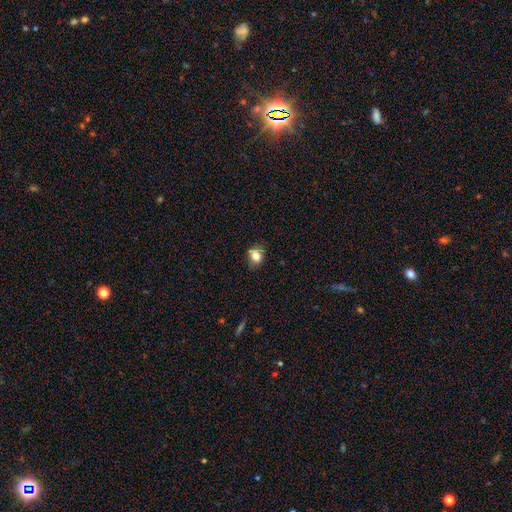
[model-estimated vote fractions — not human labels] smooth-or-featured: smooth: 81% | star or artifact: 11% | featured or disk: 9%
  how-rounded: in between: 51% | round: 48% | cigar-shaped: 1%
  merging: none: 77% | minor disturbance: 18% | major disturbance: 4% | merger: 2%